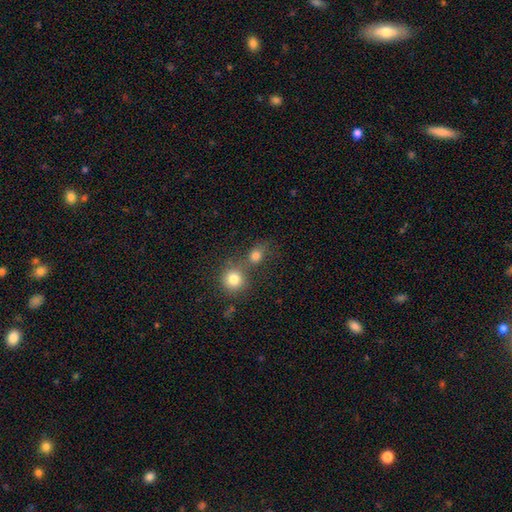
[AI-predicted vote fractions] Morphology: type=smooth (79%); roundness=round (66%); merging=none (49%).